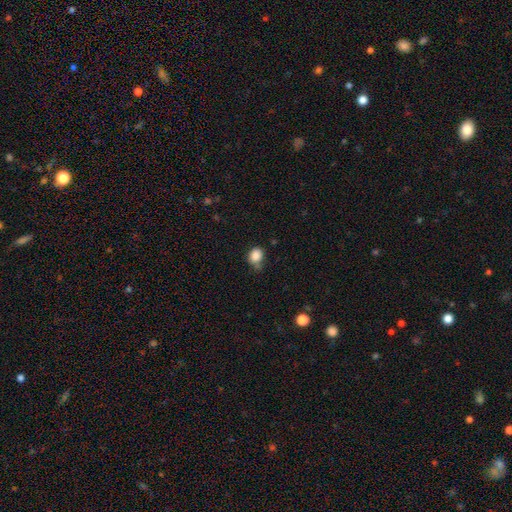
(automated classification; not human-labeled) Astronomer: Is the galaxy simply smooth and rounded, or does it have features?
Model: smooth — 86%.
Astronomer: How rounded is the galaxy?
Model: round — 58% (runner-up: in between, 41%).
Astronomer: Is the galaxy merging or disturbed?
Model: none — 58%.